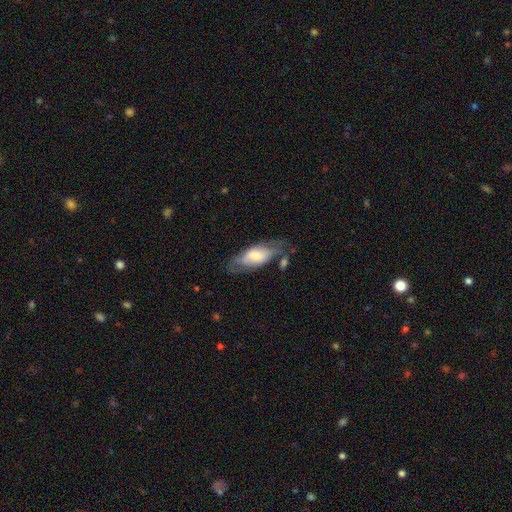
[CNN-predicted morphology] Smooth or featured? Predicted: smooth (p=0.53). How rounded? Predicted: in between (p=0.82). Merging? Predicted: none (p=0.50).